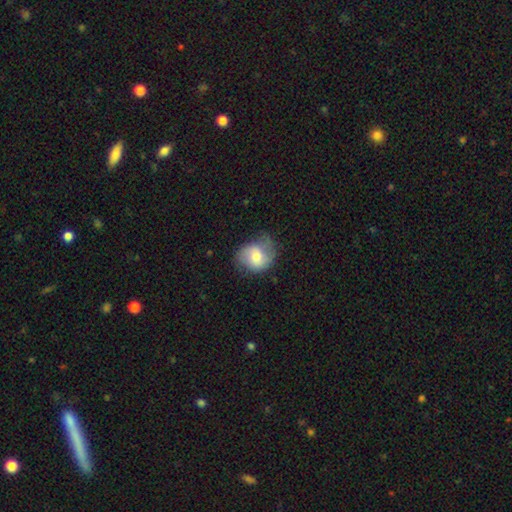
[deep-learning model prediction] smooth 53%, featured or disk 40%, star or artifact 7%. Down the decision tree: how rounded — round (59%); merging — none (49%).